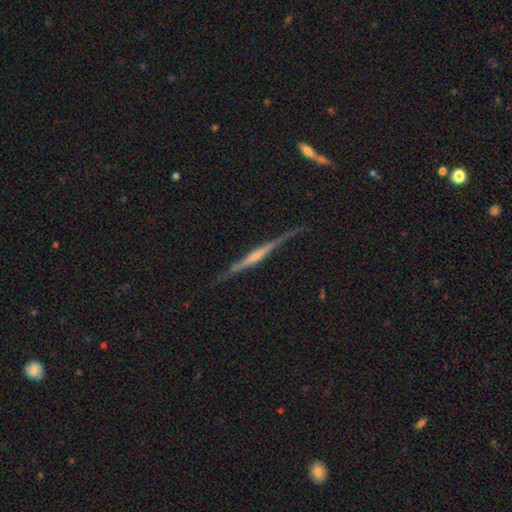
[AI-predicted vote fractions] This appears to be a featured or disk galaxy (83%) viewed edge-on (98%) with a rounded central bulge (71%). Merging: none (86%).